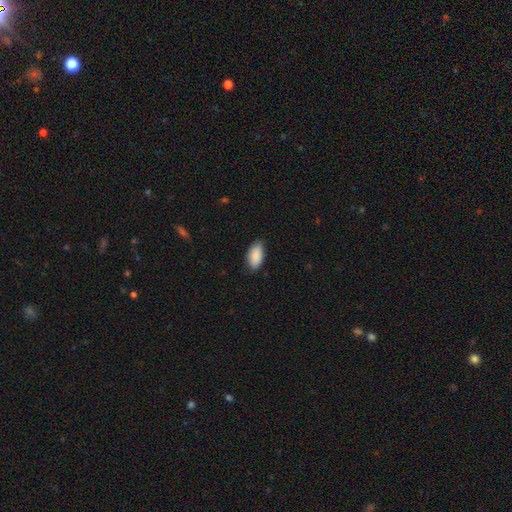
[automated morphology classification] type=smooth (89%); roundness=in between (93%); merging=none (80%).